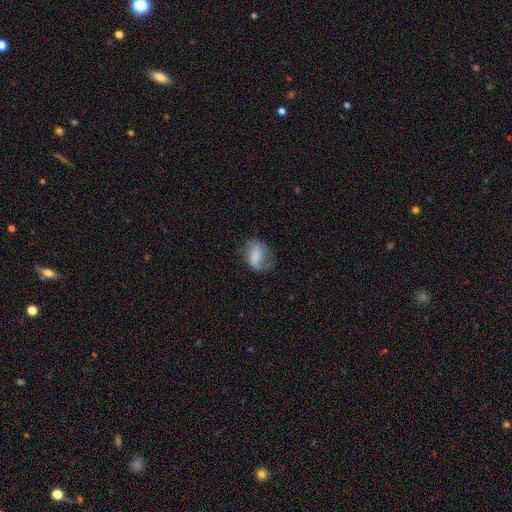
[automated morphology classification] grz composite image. It shows a smooth galaxy with no disk features (60%) that is in between round and cigar-shaped (72%). Merging: none (48%).